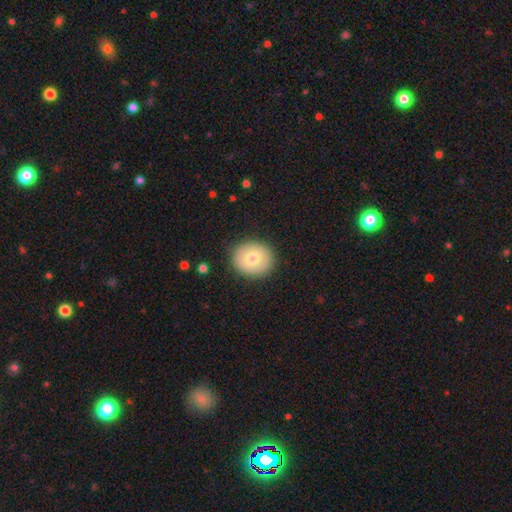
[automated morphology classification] type=smooth (72%); roundness=round (82%); merging=none (89%).